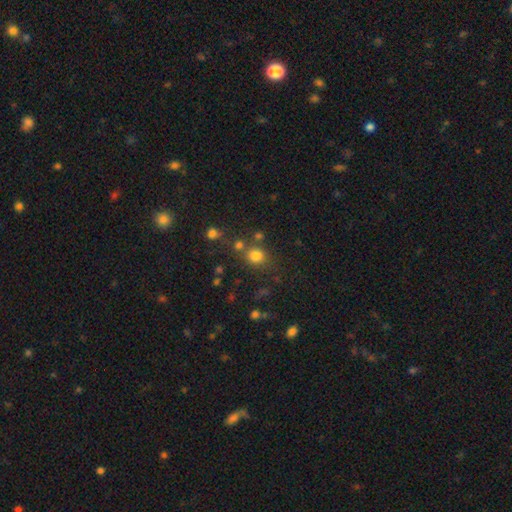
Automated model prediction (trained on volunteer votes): Smooth or featured? smooth (78%)
How rounded? round (81%)
Merging? none (70%)